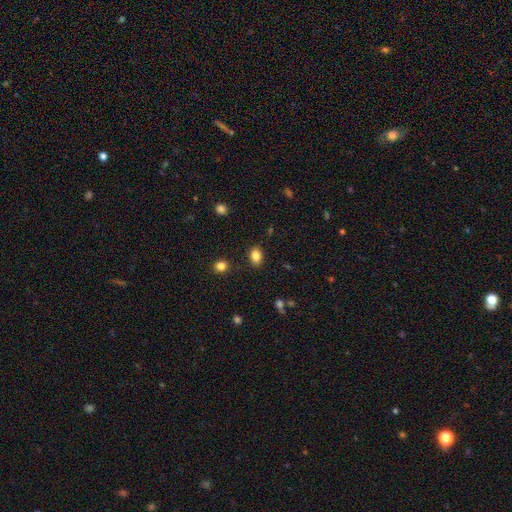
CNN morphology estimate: Smooth or featured? smooth (85%)
How rounded? in between (76%)
Merging? none (86%)